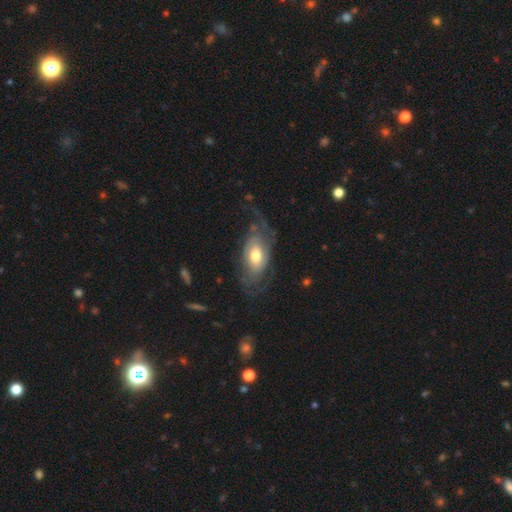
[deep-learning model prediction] A featured or disk galaxy (70%) with no bar (72%), 2 (38%) tight (36%) spiral arms (79%) and a moderate central bulge (66%).

Vote fractions:
- Smooth or featured? featured or disk: 70% / smooth: 25% / star or artifact: 5%
- Edge-on disk? no: 92% / yes: 8%
- Bar? no: 72% / weak: 23% / strong: 6%
- Spiral arms? yes: 79% / no: 21%
- Spiral winding? tight: 36% / medium: 35% / loose: 28%
- Spiral arm count? 2: 38% / can't tell: 37% / 1: 9% / 3: 8% / 4: 4% / more than 4: 4%
- Bulge size? moderate: 66% / large: 22% / small: 9% / dominant: 2% / none: 1%
- Merging? none: 53% / major disturbance: 25% / minor disturbance: 20% / merger: 2%